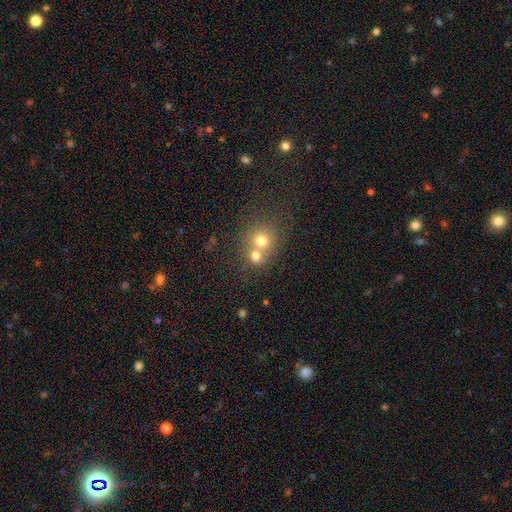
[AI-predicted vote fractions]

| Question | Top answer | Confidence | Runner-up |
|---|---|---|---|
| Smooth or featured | smooth | 71% | featured or disk (14%) |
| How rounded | round | 83% | in between (16%) |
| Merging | merger | 54% | none (38%) |